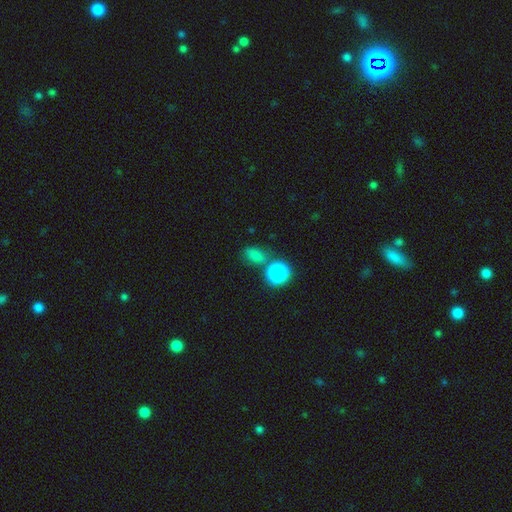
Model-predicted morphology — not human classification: Q: Smooth or featured?
A: smooth (73%); runner-up: star or artifact (21%)
Q: How rounded?
A: in between (67%); runner-up: round (30%)
Q: Merging?
A: none (61%); runner-up: minor disturbance (16%)